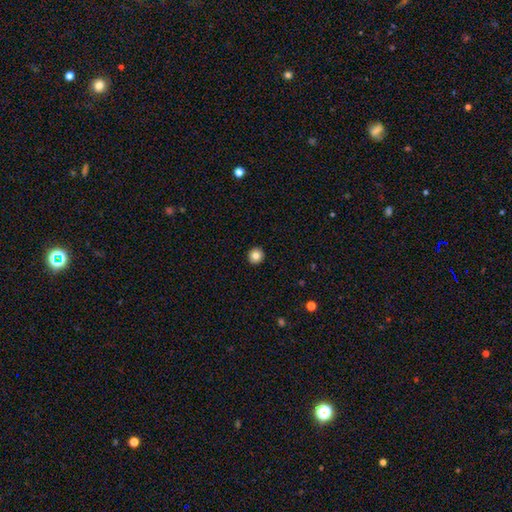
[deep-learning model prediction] smooth_or_featured: smooth (p=0.82) [alt: star or artifact p=0.10]
how_rounded: round (p=0.94) [alt: in between p=0.05]
merging: none (p=0.93) [alt: minor disturbance p=0.04]